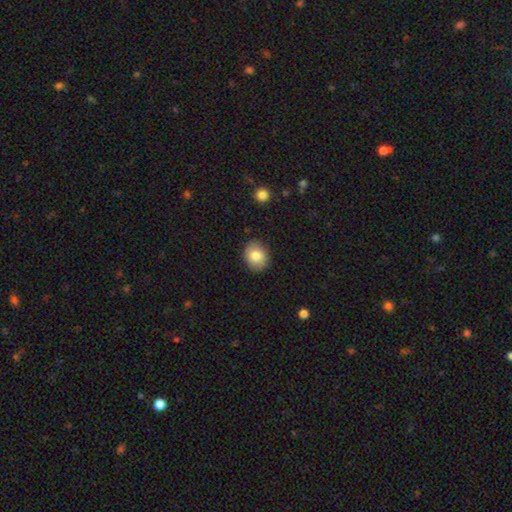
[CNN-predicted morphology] Overall: smooth (83%). How rounded: round (56%; in between 43%). Merging: none (88%).